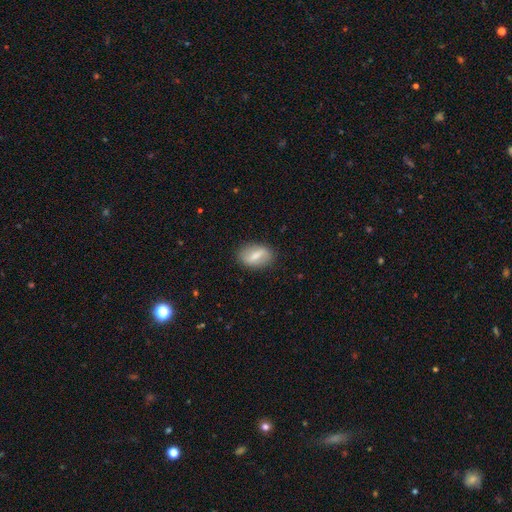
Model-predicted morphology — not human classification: smooth 57%, featured or disk 35%, star or artifact 7%. Down the decision tree: how rounded — in between (84%); merging — none (82%).